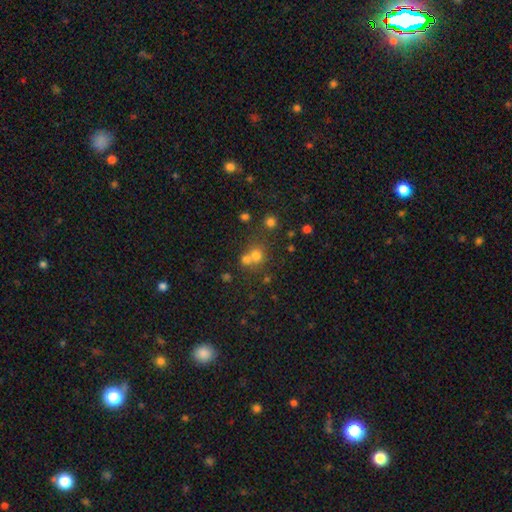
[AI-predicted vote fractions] This appears to be a smooth galaxy with no disk features (69%) that is round (83%). Merging: none (46%).